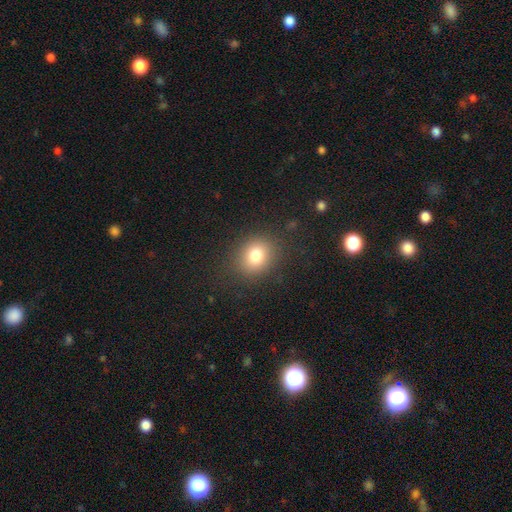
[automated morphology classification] A smooth galaxy with no disk features (78%) that is round (65%).

Vote fractions:
- Smooth or featured? smooth: 78% / star or artifact: 13% / featured or disk: 9%
- How rounded? round: 65% / in between: 34% / cigar-shaped: 1%
- Merging? none: 86% / minor disturbance: 9% / major disturbance: 4% / merger: 1%